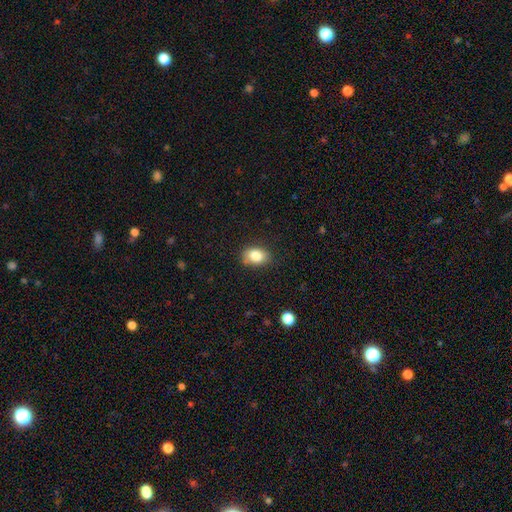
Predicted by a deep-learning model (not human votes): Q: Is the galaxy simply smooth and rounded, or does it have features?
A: smooth — 84%.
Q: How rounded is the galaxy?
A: in between — 72%.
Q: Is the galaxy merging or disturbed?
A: none — 78%.